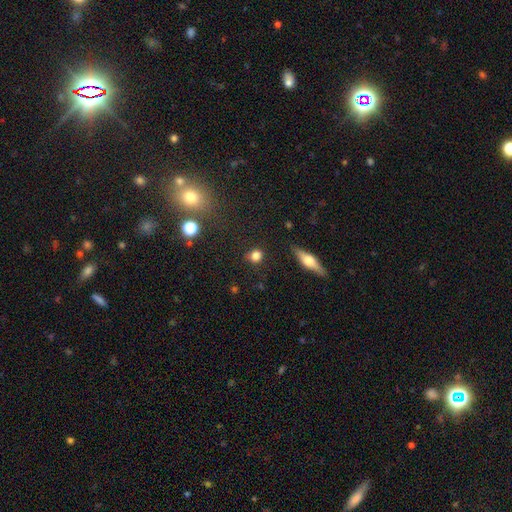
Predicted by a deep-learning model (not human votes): smooth_or_featured: smooth (p=0.80) [alt: star or artifact p=0.11]
how_rounded: round (p=0.78) [alt: in between p=0.19]
merging: none (p=0.86) [alt: minor disturbance p=0.09]